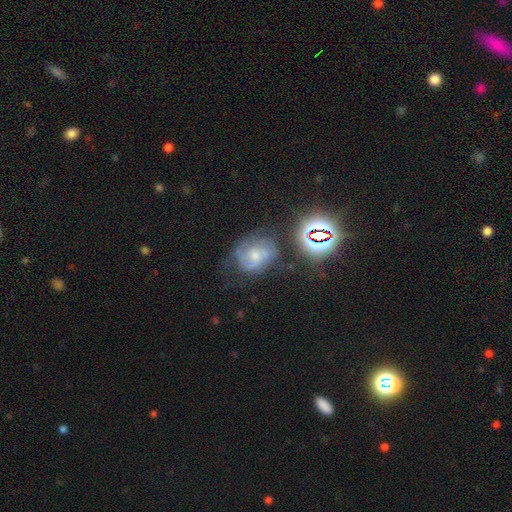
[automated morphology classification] This is possibly a featured or disk galaxy (59%). It is clearly not viewed edge-on (97%). Bar: likely no (61%). Spiral arm pattern: likely yes (78%). Central bulge: marginally moderate (44%). Merging: possibly none (46%).